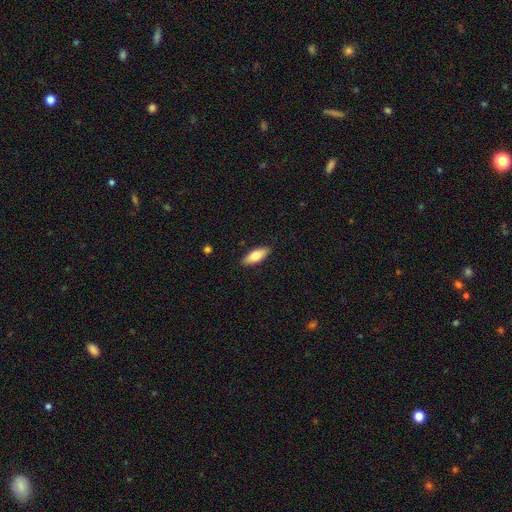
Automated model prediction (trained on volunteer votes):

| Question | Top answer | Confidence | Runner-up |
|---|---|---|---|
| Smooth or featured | smooth | 71% | featured or disk (23%) |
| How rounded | in between | 73% | cigar-shaped (25%) |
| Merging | none | 88% | minor disturbance (9%) |